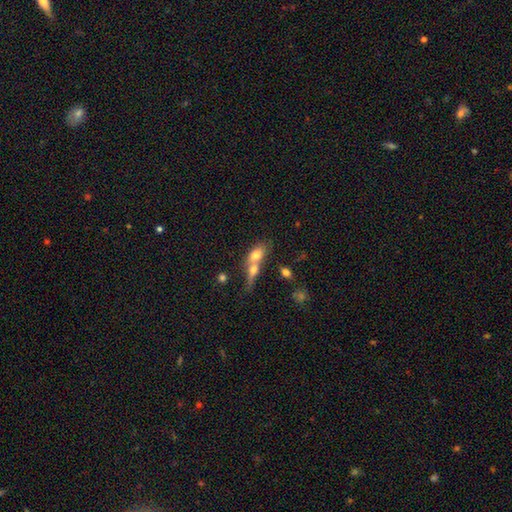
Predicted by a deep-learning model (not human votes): Overall: smooth (70%). How rounded: in between (73%). Merging: merger (67%).